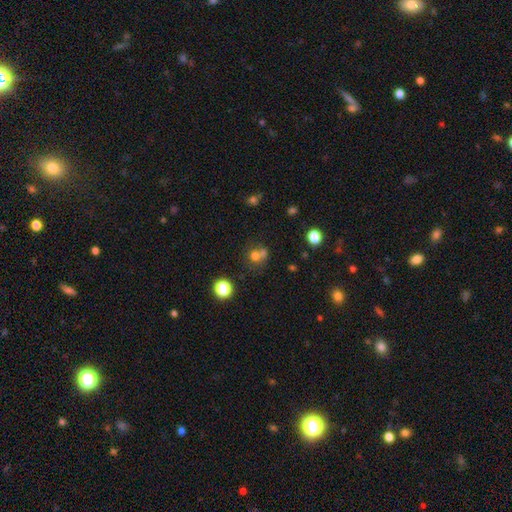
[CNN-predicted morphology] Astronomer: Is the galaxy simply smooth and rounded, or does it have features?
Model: smooth — 68%.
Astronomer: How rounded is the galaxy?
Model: round — 81%.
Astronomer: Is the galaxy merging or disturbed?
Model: merger — 45% (runner-up: none, 43%).